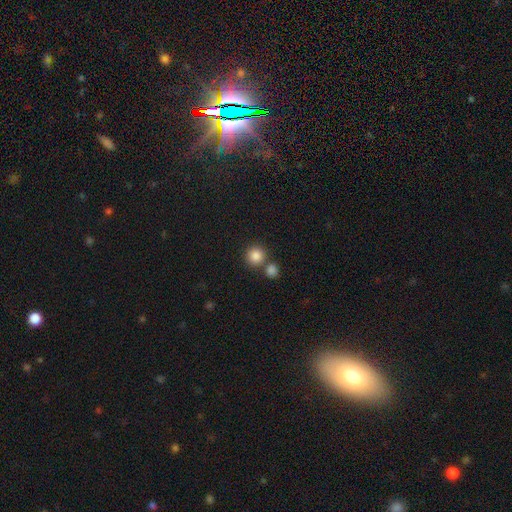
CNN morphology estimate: This is clearly a smooth galaxy (85%). How rounded: clearly round (92%). Merging: likely none (65%).